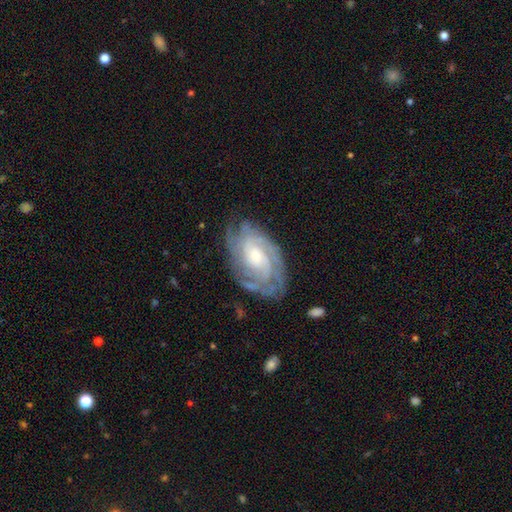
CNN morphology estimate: smooth-or-featured: featured or disk: 86% | smooth: 8% | star or artifact: 6%
  disk-edge-on: no: 96% | yes: 4%
    bar: no: 67% | weak: 27% | strong: 6%
    has-spiral-arms: yes: 96% | no: 4%
      spiral-winding: tight: 71% | medium: 24% | loose: 5%
      spiral-arm-count: can't tell: 35% | 3: 19% | 4: 18% | 2: 16% | more than 4: 7% | 1: 6%
    bulge-size: small: 58% | moderate: 37% | large: 3% | none: 2% | dominant: 1%
  merging: none: 74% | minor disturbance: 18% | major disturbance: 6% | merger: 1%